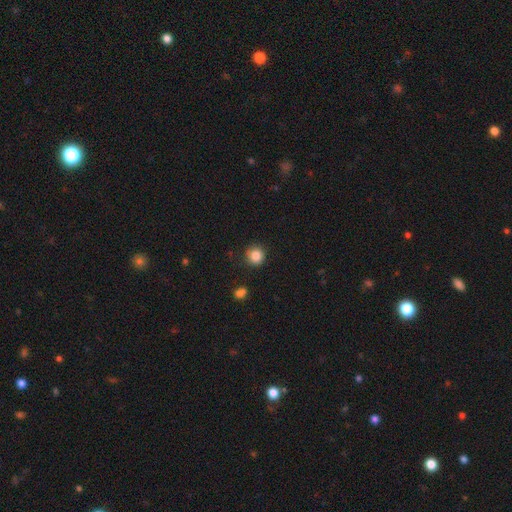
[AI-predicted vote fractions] Overall: smooth (85%). How rounded: round (92%). Merging: none (89%).